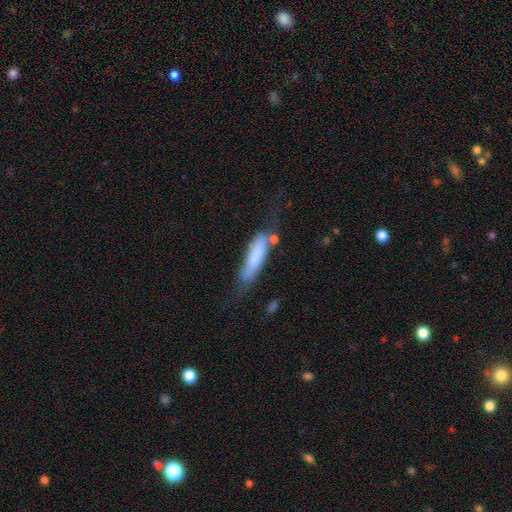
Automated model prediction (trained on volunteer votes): Smooth or featured?
  - smooth: 66% *
  - featured or disk: 27%
  - star or artifact: 7%
How rounded?
  - cigar-shaped: 68% *
  - in between: 30%
  - round: 2%
Merging?
  - none: 45% *
  - minor disturbance: 27%
  - major disturbance: 17%
  - merger: 11%